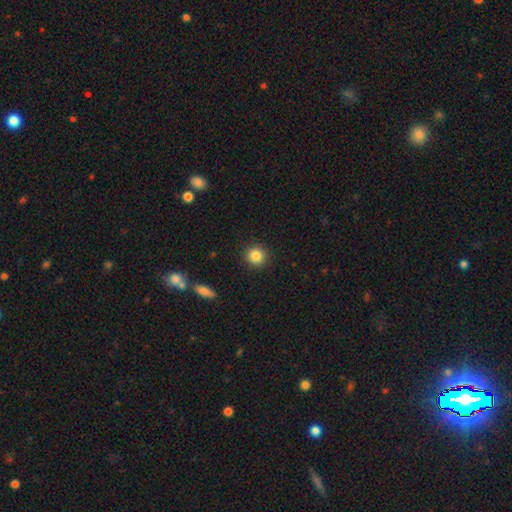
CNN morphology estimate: A smooth galaxy with no disk features (85%) that is round (93%). Merging: none (92%).